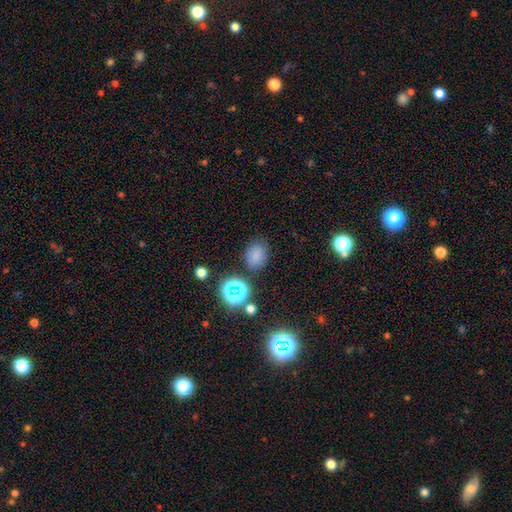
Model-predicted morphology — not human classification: type=smooth (75%); roundness=in between (55%); merging=none (76%).